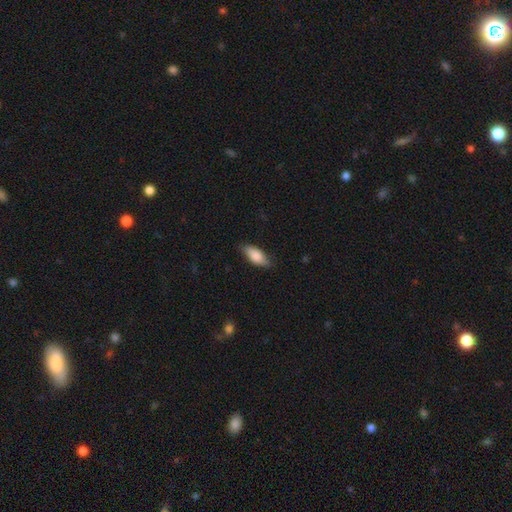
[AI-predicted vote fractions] Smooth or featured? smooth (81%)
How rounded? in between (79%)
Merging? none (78%)